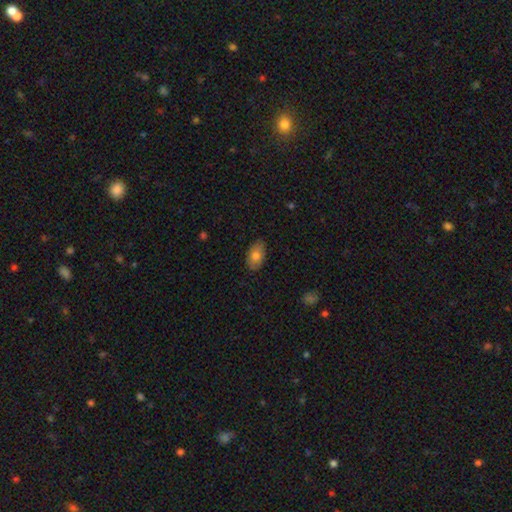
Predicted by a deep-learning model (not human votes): The model was most divided on "smooth or featured": smooth: 78%, featured or disk: 15%, star or artifact: 7%. More confident: how rounded — in between (92%); merging — none (84%).